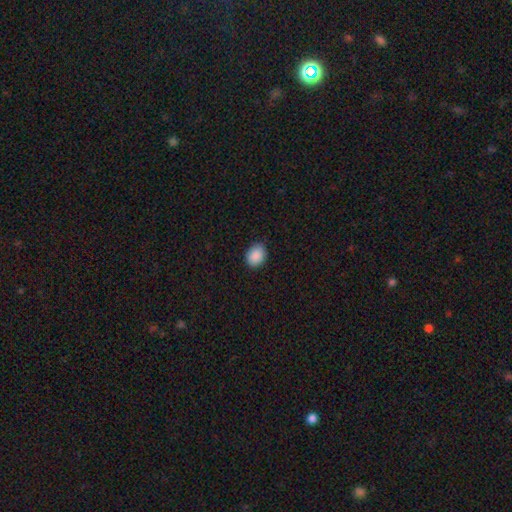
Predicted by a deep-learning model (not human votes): Smooth or featured?
  - smooth: 90% *
  - star or artifact: 8%
  - featured or disk: 3%
How rounded?
  - in between: 59% *
  - round: 40%
  - cigar-shaped: 1%
Merging?
  - none: 85% *
  - minor disturbance: 12%
  - major disturbance: 2%
  - merger: 1%